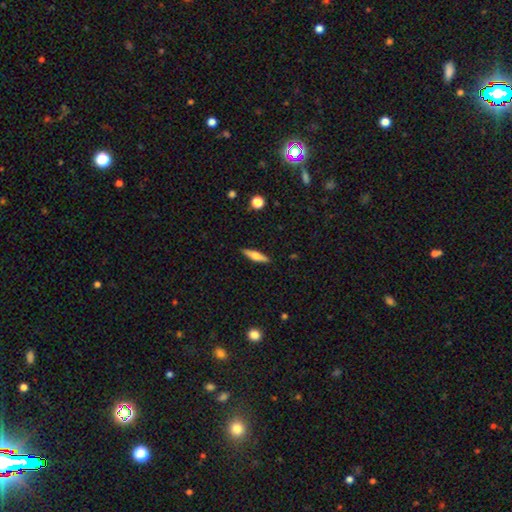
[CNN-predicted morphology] Q: Smooth or featured?
A: smooth (54%); runner-up: featured or disk (39%)
Q: How rounded?
A: cigar-shaped (71%); runner-up: in between (27%)
Q: Merging?
A: none (90%); runner-up: minor disturbance (7%)